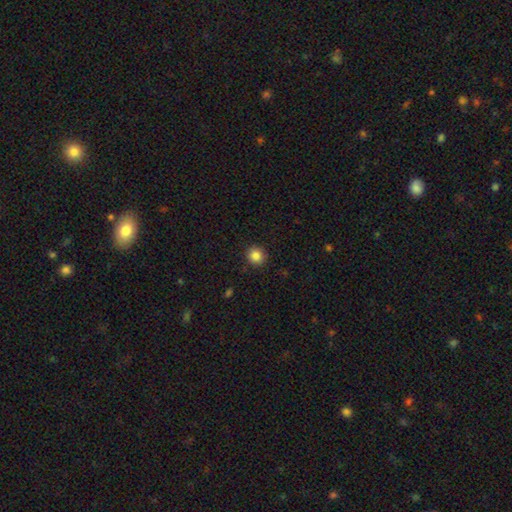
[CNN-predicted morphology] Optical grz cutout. It shows a smooth galaxy with no disk features (85%) that is round (92%). Merging: none (91%).